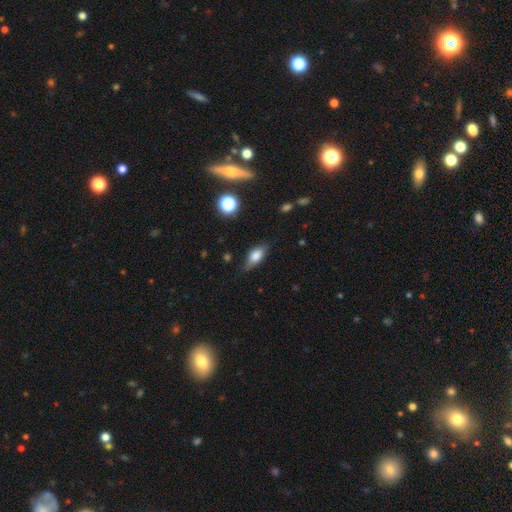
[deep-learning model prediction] Smooth or featured? Predicted: smooth (p=0.72). How rounded? Predicted: in between (p=0.80). Merging? Predicted: none (p=0.75).